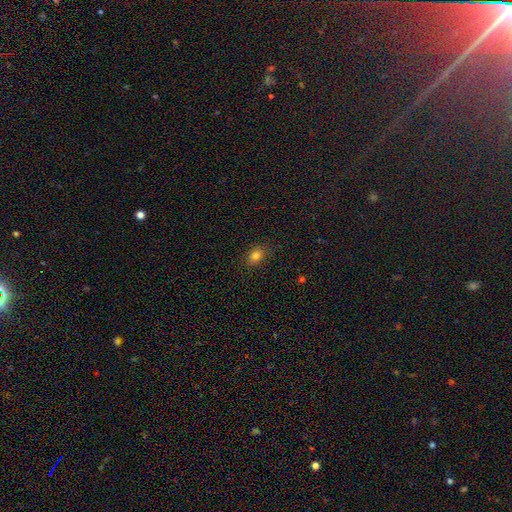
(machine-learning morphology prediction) smooth_or_featured: smooth (p=0.81) [alt: star or artifact p=0.12]
how_rounded: in between (p=0.65) [alt: round p=0.33]
merging: none (p=0.84) [alt: minor disturbance p=0.12]